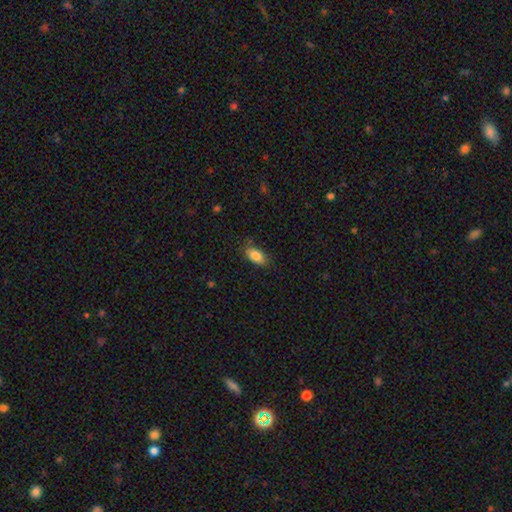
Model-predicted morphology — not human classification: Q: Smooth or featured?
A: smooth (85%); runner-up: star or artifact (8%)
Q: How rounded?
A: in between (90%); runner-up: round (5%)
Q: Merging?
A: none (80%); runner-up: minor disturbance (16%)